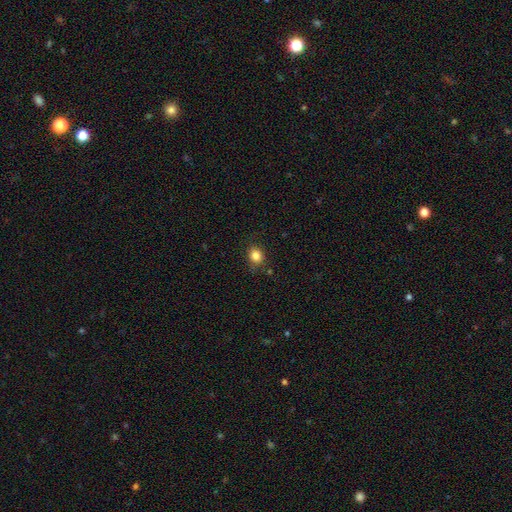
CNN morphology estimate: type=smooth (84%); roundness=round (62%); merging=none (82%).